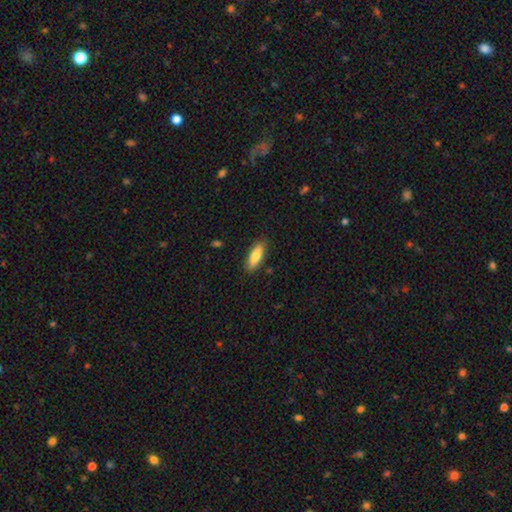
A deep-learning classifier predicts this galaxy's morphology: Smooth or featured? smooth (81%)
How rounded? in between (65%)
Merging? none (86%)